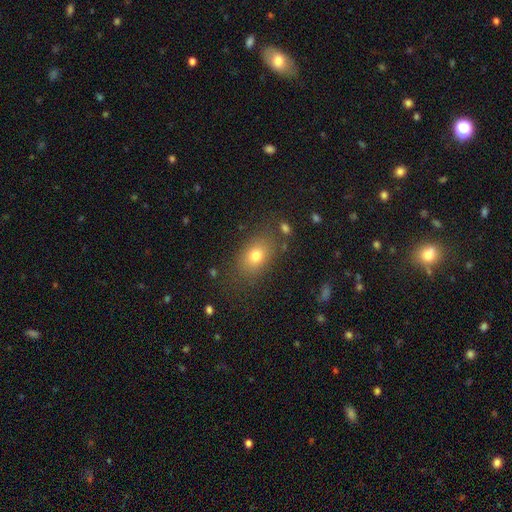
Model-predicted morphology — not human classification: Smooth or featured? Predicted: smooth (p=0.76). How rounded? Predicted: in between (p=0.74). Merging? Predicted: none (p=0.78).